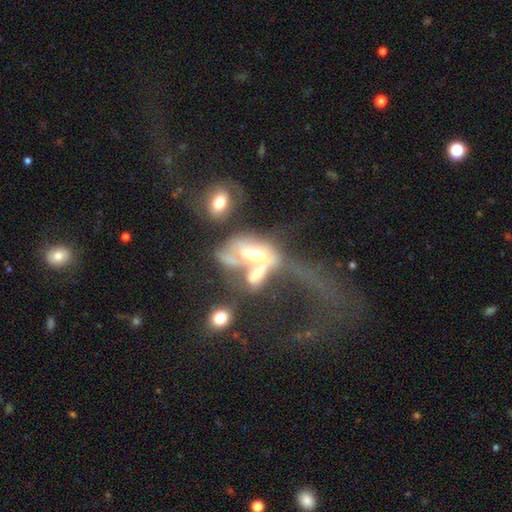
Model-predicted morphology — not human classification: Q: Smooth or featured?
A: featured or disk (61%); runner-up: smooth (27%)
Q: Edge-on disk?
A: no (86%); runner-up: yes (14%)
Q: Bar?
A: no (63%); runner-up: weak (22%)
Q: Spiral arms?
A: no (62%); runner-up: yes (38%)
Q: Bulge size?
A: moderate (50%); runner-up: large (28%)
Q: Merging?
A: merger (58%); runner-up: major disturbance (28%)